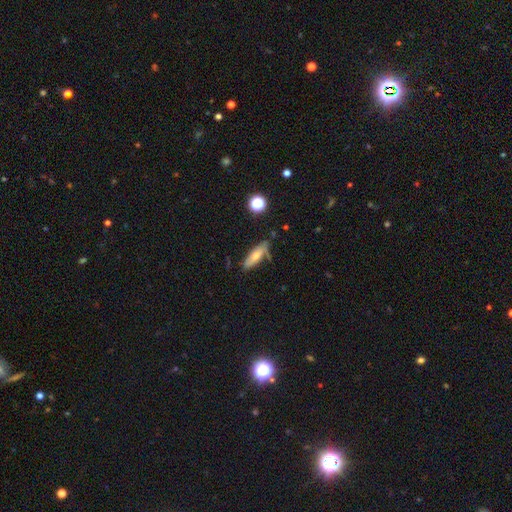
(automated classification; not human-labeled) A smooth galaxy with no disk features (65%) that is cigar-shaped (51%).

Vote fractions:
- Smooth or featured? smooth: 65% / featured or disk: 27% / star or artifact: 8%
- How rounded? cigar-shaped: 51% / in between: 46% / round: 3%
- Merging? none: 65% / minor disturbance: 23% / merger: 6% / major disturbance: 6%